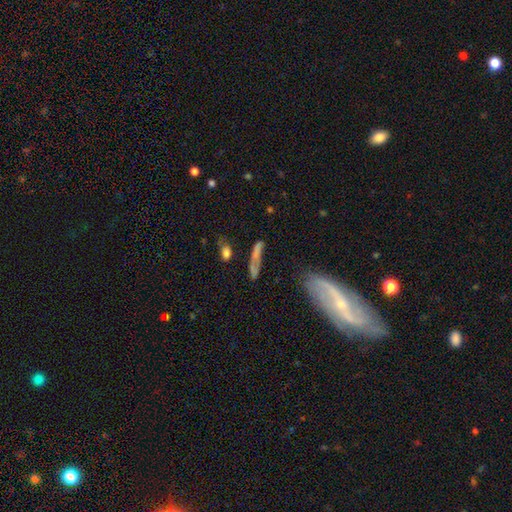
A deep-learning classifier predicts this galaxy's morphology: type=smooth (52%); roundness=cigar-shaped (72%); merging=none (56%).